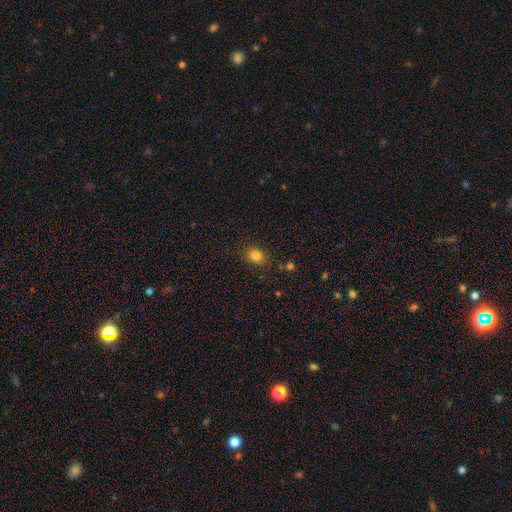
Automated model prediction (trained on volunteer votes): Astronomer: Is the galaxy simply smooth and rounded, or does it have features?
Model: smooth — 82%.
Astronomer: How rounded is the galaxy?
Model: round — 61% (runner-up: in between, 38%).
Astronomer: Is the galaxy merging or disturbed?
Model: none — 83%.